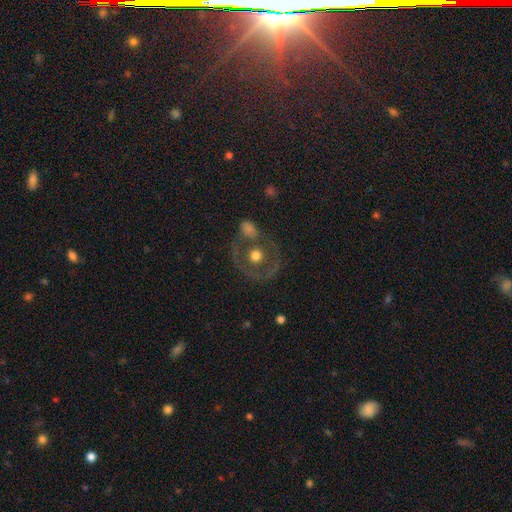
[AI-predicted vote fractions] Q: Smooth or featured?
A: smooth (46%); runner-up: featured or disk (45%)
Q: Merging?
A: none (63%); runner-up: merger (14%)